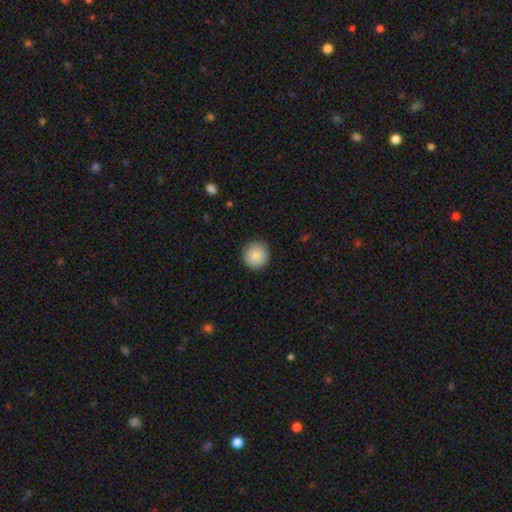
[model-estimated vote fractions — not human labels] A smooth galaxy with no disk features (89%) that is round (94%). Merging: none (91%).